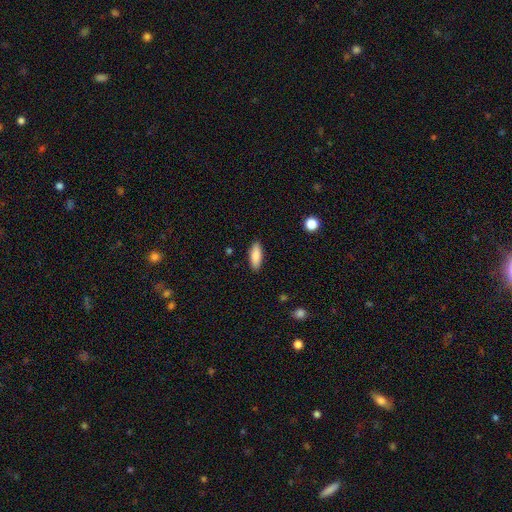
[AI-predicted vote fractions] Smooth or featured? Predicted: smooth (p=0.86). How rounded? Predicted: in between (p=0.67). Merging? Predicted: none (p=0.88).